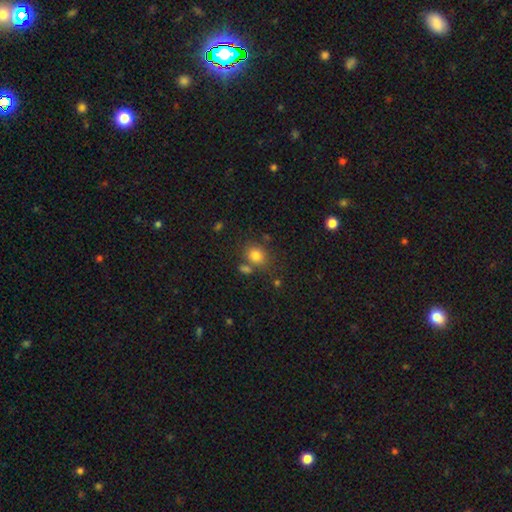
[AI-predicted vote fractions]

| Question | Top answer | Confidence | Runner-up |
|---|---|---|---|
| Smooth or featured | smooth | 80% | star or artifact (12%) |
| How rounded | round | 58% | in between (41%) |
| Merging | none | 65% | merger (16%) |